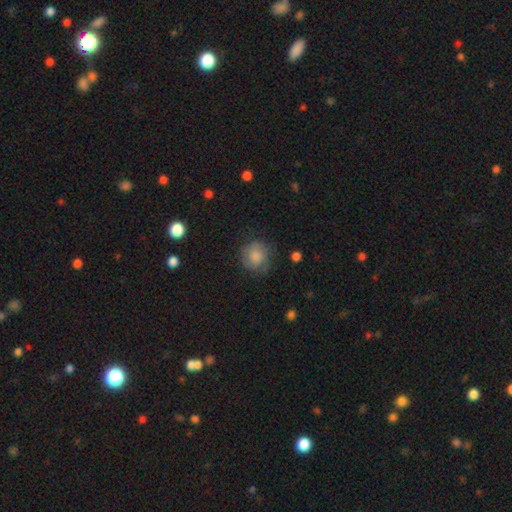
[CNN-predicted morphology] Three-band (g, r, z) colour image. It shows a smooth galaxy with no disk features (64%) that is round (87%). Merging: none (69%).